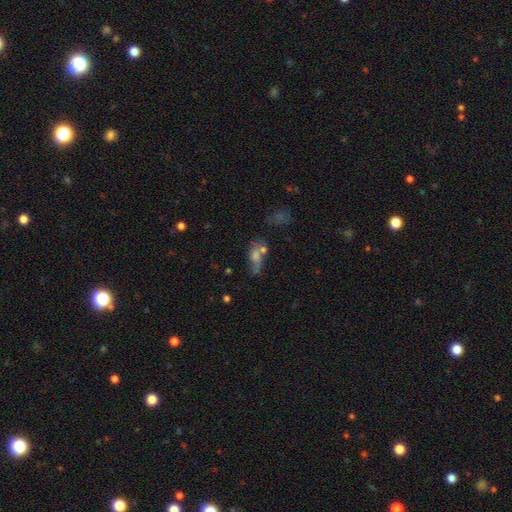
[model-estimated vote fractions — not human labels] Q: Smooth or featured?
A: smooth (50%); runner-up: featured or disk (32%)
Q: Merging?
A: none (35%); runner-up: merger (27%)